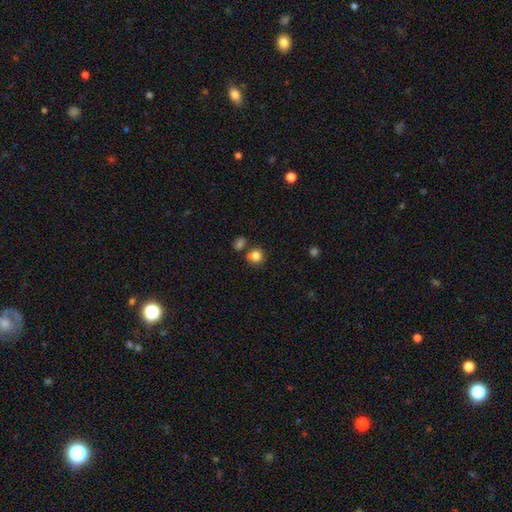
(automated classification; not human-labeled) This appears to be a smooth galaxy with no disk features (83%) that is round (84%). Merging: none (71%).